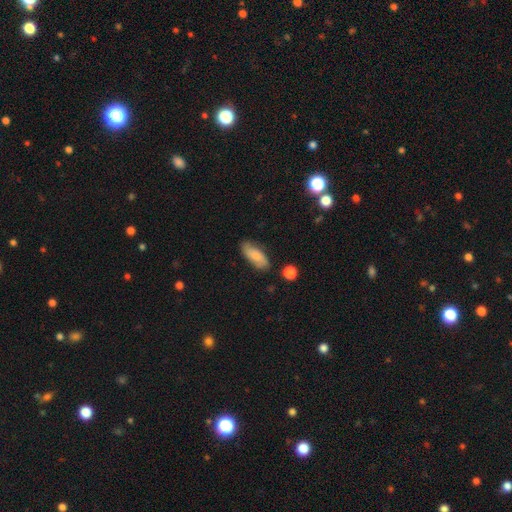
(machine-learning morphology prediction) Smooth or featured? Predicted: smooth (p=0.75). How rounded? Predicted: in between (p=0.76). Merging? Predicted: none (p=0.80).